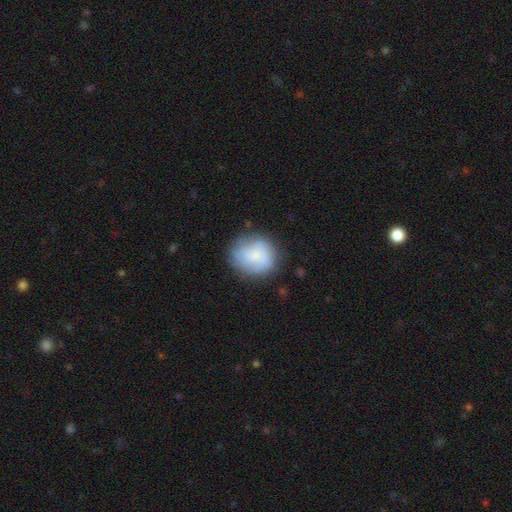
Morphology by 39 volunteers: A featured or disk galaxy (51%) with no bar (90%), tight (50%) spiral arms (70%) and a small central bulge (55%).

Vote fractions:
- Smooth or featured? featured or disk: 51% / smooth: 36% / star or artifact: 13%
- Edge-on disk? no: 100% / yes: 0%
- Bar? no: 90% / weak: 10% / strong: 0%
- Spiral arms? yes: 70% / no: 30%
- Spiral winding? tight: 50% / medium: 43% / loose: 7%
- Spiral arm count? can't tell: 57% / 3: 36% / 4: 7% / 1: 0% / 2: 0% / more than 4: 0%
- Bulge size? small: 55% / moderate: 25% / none: 15% / dominant: 5% / large: 0%
- Merging? none: 74% / minor disturbance: 15% / major disturbance: 12% / merger: 0%